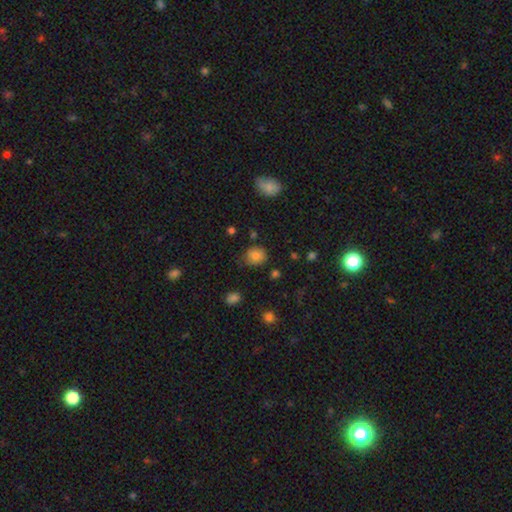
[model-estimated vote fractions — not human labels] smooth 79%, star or artifact 11%, featured or disk 9%. Down the decision tree: how rounded — round (63%); merging — none (65%).